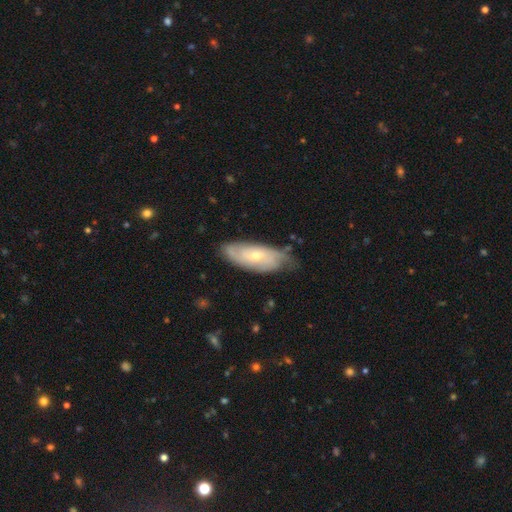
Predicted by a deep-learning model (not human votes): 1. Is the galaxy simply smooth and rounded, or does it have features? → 62% featured or disk, 32% smooth, 6% star or artifact.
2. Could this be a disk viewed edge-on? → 83% no, 17% yes.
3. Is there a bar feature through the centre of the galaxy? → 71% no, 24% weak, 5% strong.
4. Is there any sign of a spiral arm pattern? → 81% yes, 19% no.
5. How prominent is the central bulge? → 56% small, 40% moderate, 1% large, 1% none, 1% dominant.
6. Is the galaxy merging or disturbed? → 67% none, 26% minor disturbance, 6% major disturbance, 2% merger.